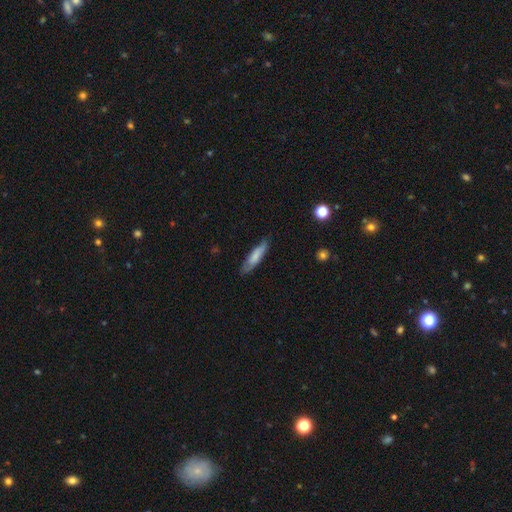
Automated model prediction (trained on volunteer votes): smooth_or_featured: smooth (p=0.72) [alt: featured or disk p=0.22]
how_rounded: cigar-shaped (p=0.76) [alt: in between p=0.23]
merging: none (p=0.78) [alt: minor disturbance p=0.17]